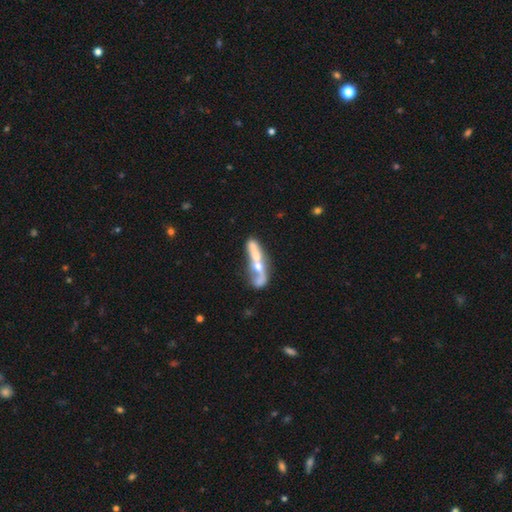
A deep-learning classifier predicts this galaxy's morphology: featured or disk 62%, smooth 30%, star or artifact 8%. Down the decision tree: edge-on disk — no (66%); merging — merger (54%).